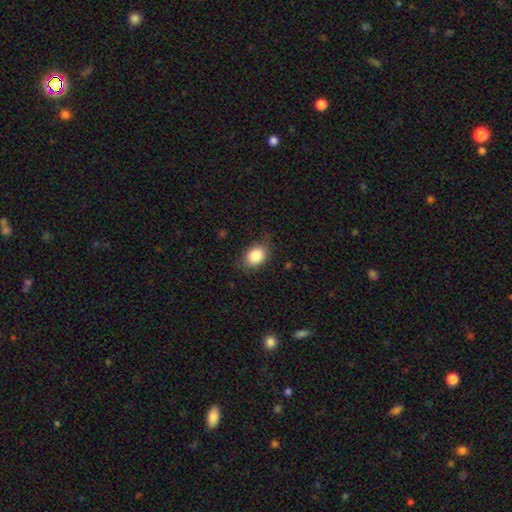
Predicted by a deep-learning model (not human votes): Smooth or featured?
  - smooth: 85% *
  - star or artifact: 9%
  - featured or disk: 6%
How rounded?
  - in between: 68% *
  - round: 31%
  - cigar-shaped: 1%
Merging?
  - none: 77% *
  - minor disturbance: 18%
  - major disturbance: 4%
  - merger: 1%